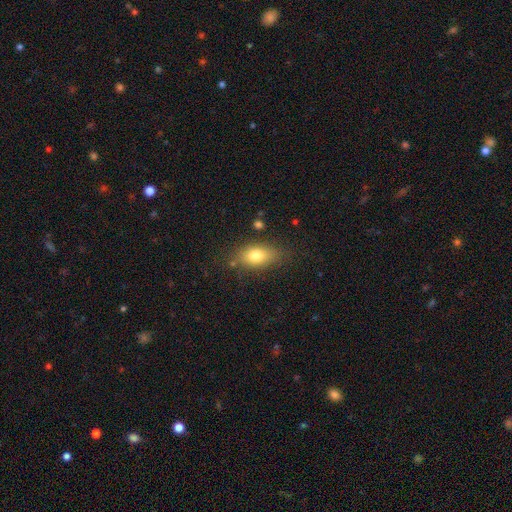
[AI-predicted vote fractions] Q: Smooth or featured?
A: smooth (77%); runner-up: featured or disk (14%)
Q: How rounded?
A: in between (84%); runner-up: round (10%)
Q: Merging?
A: none (77%); runner-up: minor disturbance (16%)